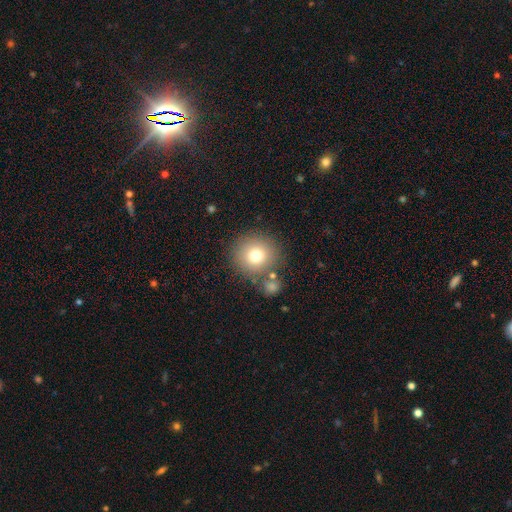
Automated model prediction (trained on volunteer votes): Morphology: type=smooth (76%); roundness=round (92%); merging=none (79%).